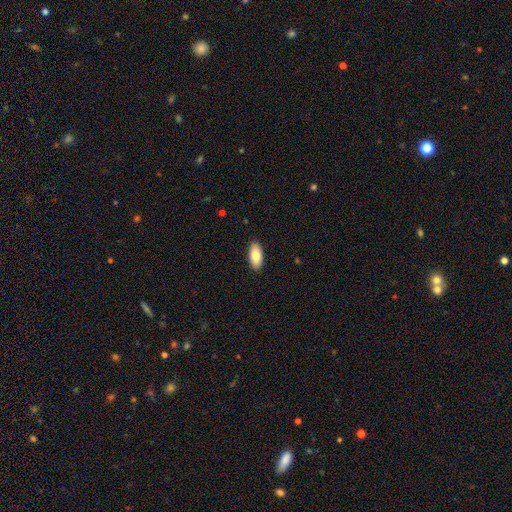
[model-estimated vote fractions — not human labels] A smooth galaxy with no disk features (83%) that is in between round and cigar-shaped (90%).

Vote fractions:
- Smooth or featured? smooth: 83% / featured or disk: 11% / star or artifact: 6%
- How rounded? in between: 90% / cigar-shaped: 8% / round: 2%
- Merging? none: 90% / minor disturbance: 8% / major disturbance: 2% / merger: 1%